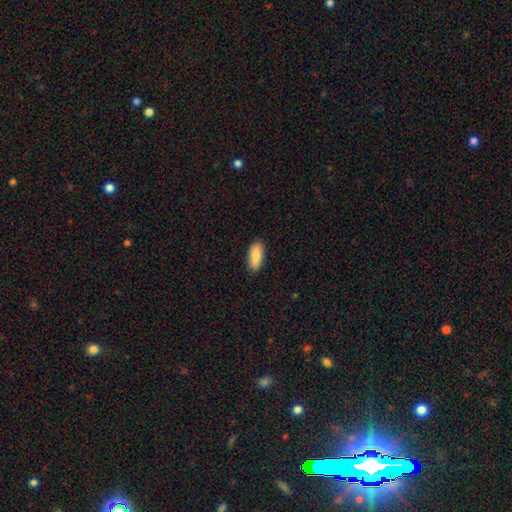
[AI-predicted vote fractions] smooth_or_featured: smooth (p=0.86) [alt: featured or disk p=0.08]
how_rounded: in between (p=0.74) [alt: cigar-shaped p=0.24]
merging: none (p=0.86) [alt: minor disturbance p=0.11]